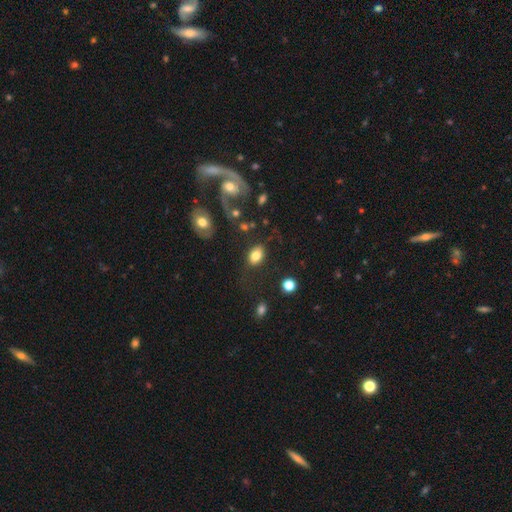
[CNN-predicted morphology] type=smooth (79%); roundness=in between (82%); merging=none (75%).